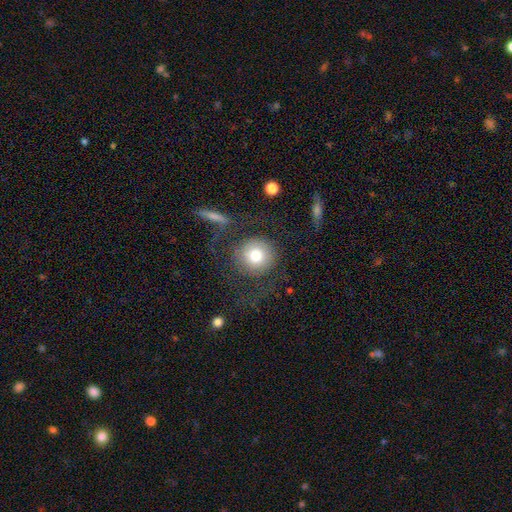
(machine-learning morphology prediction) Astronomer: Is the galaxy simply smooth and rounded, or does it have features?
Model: smooth — 72%.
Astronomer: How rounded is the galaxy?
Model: round — 93%.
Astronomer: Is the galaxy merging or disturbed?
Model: none — 64%.